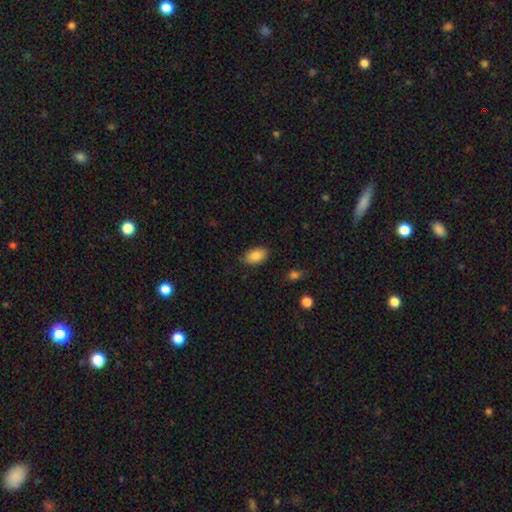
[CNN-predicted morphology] Smooth or featured? Predicted: smooth (p=0.85). How rounded? Predicted: in between (p=0.91). Merging? Predicted: none (p=0.85).